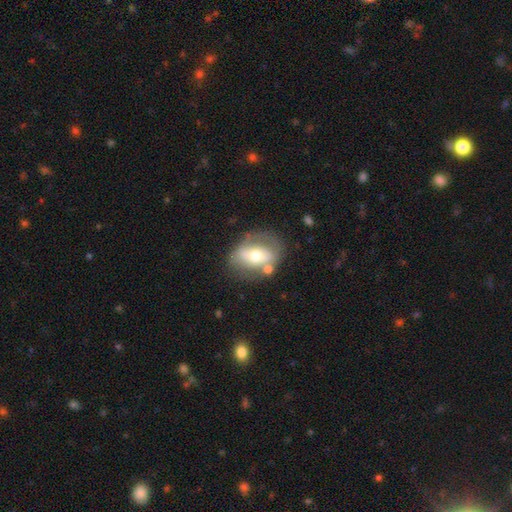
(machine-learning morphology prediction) featured or disk 53%, smooth 39%, star or artifact 8%. Down the decision tree: edge-on disk — no (89%); merging — none (62%).